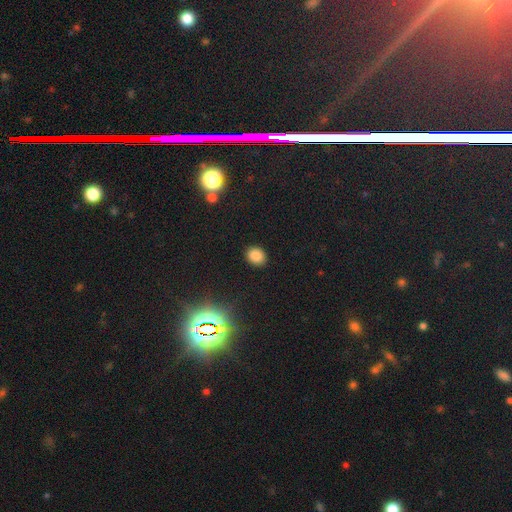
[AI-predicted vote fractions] Overall: smooth (83%). How rounded: round (57%; in between 42%). Merging: none (90%).